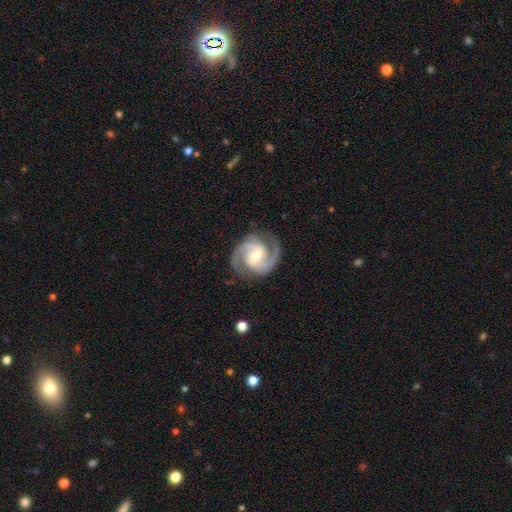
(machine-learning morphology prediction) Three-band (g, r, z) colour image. It shows a featured or disk galaxy (93%) with a weak bar (50%), 2 (91%) medium (56%) spiral arms (98%) and a moderate central bulge (64%). Merging: none (84%).